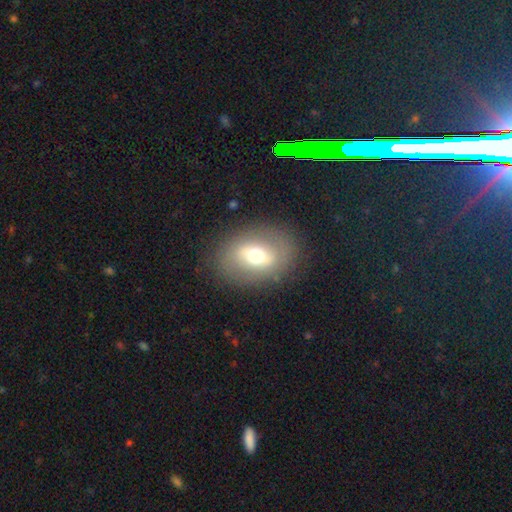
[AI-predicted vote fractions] Smooth or featured?
  - smooth: 51% *
  - featured or disk: 39%
  - star or artifact: 10%
How rounded?
  - in between: 65% *
  - round: 33%
  - cigar-shaped: 1%
Merging?
  - none: 82% *
  - minor disturbance: 10%
  - major disturbance: 6%
  - merger: 1%